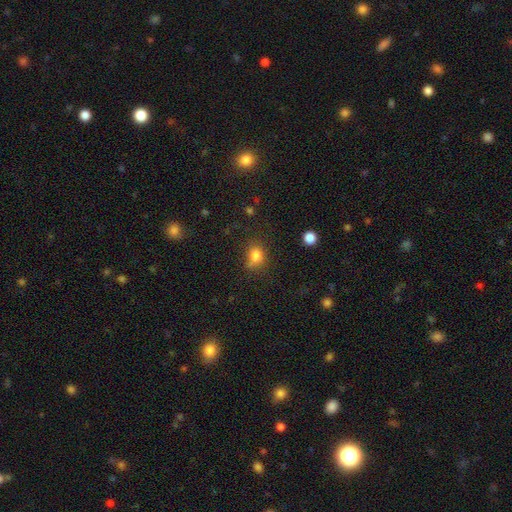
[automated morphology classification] Smooth or featured? Predicted: smooth (p=0.80). How rounded? Predicted: round (p=0.60). Merging? Predicted: none (p=0.59).